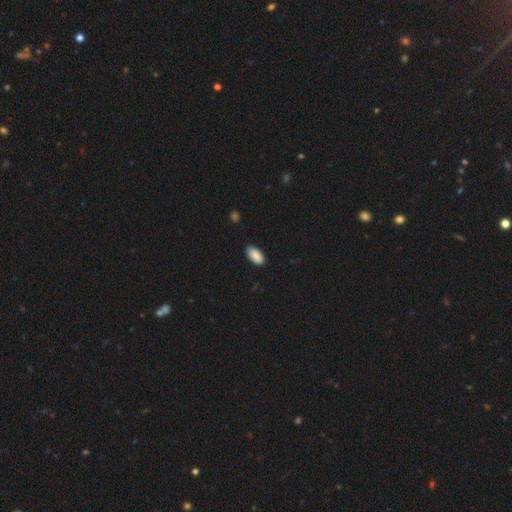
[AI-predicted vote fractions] smooth-or-featured: smooth: 90% | star or artifact: 7% | featured or disk: 4%
  how-rounded: in between: 95% | cigar-shaped: 3% | round: 2%
  merging: none: 87% | minor disturbance: 10% | major disturbance: 2% | merger: 1%